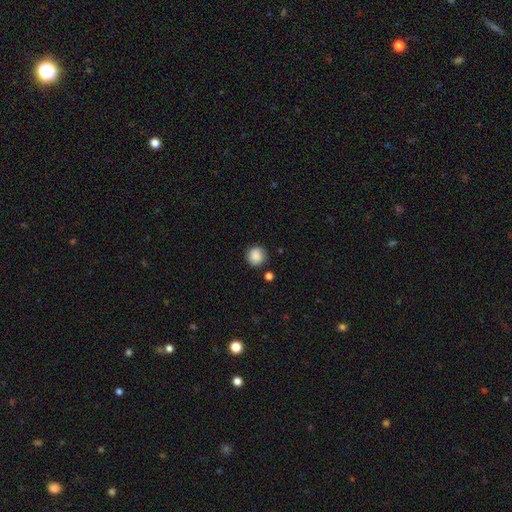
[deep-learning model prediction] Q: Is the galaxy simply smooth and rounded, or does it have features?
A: smooth — 87%.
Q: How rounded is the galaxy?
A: round — 92%.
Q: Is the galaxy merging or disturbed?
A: none — 84%.